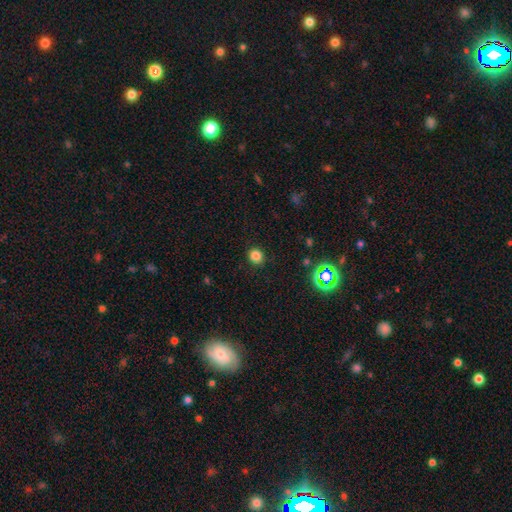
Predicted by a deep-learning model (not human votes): This appears to be a smooth galaxy with no disk features (82%) that is round (83%). Merging: none (90%).